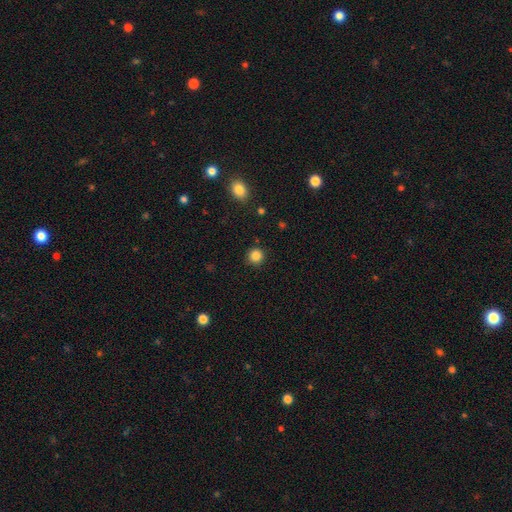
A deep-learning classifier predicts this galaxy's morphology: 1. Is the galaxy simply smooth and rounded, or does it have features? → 85% smooth, 11% star or artifact, 3% featured or disk.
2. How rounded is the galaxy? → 93% round, 6% in between, 1% cigar-shaped.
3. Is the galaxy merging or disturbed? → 90% none, 7% minor disturbance, 2% major disturbance, 1% merger.